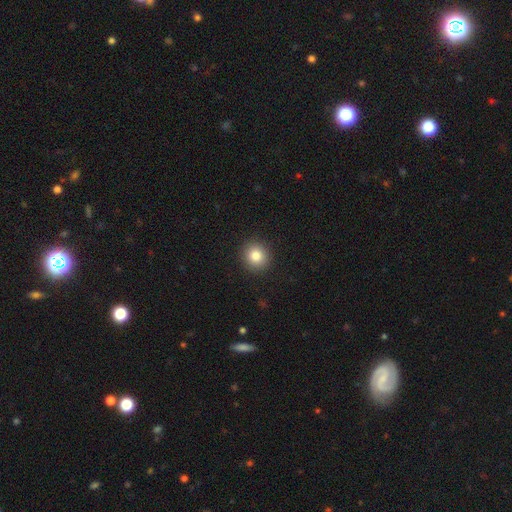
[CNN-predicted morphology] Smooth or featured? smooth (83%)
How rounded? round (90%)
Merging? none (92%)